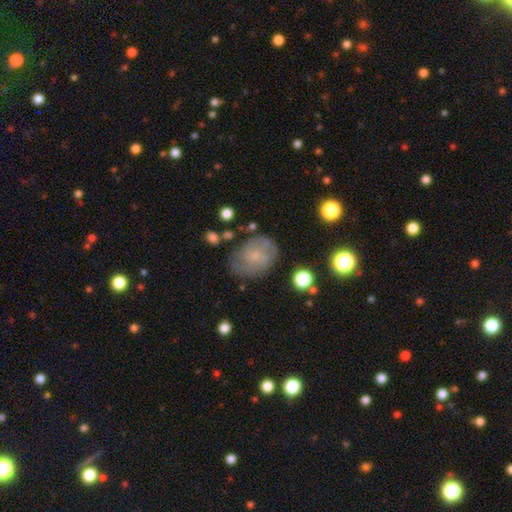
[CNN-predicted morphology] Smooth or featured? Predicted: featured or disk (p=0.47). Merging? Predicted: none (p=0.69).